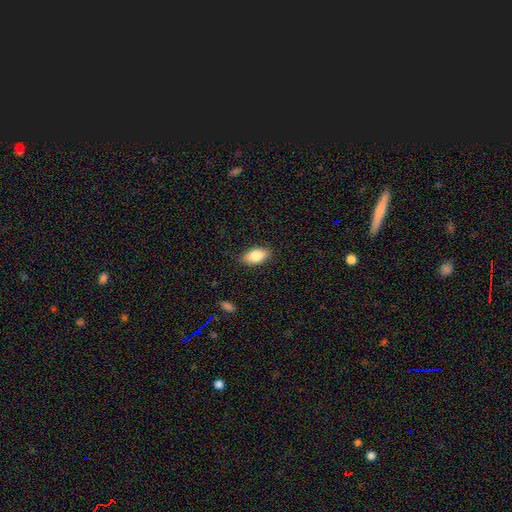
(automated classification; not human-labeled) Smooth or featured: smooth — 83% (featured or disk — 10%)
How rounded: in between — 91% (round — 5%)
Merging: none — 86% (minor disturbance — 11%)